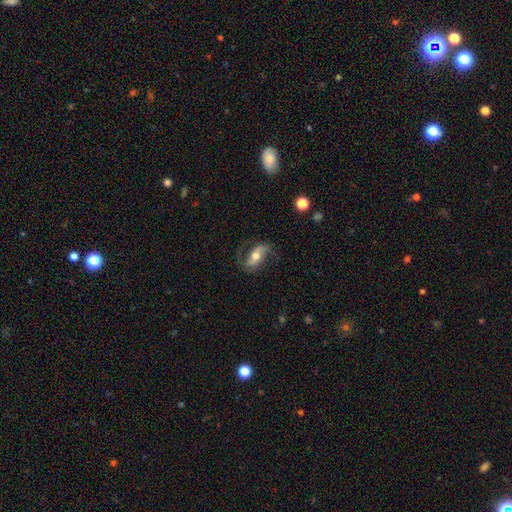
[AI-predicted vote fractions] A featured or disk galaxy (71%) with a strong bar (35%), 2 (87%) loose (51%) spiral arms (90%) and a moderate central bulge (68%).

Vote fractions:
- Smooth or featured? featured or disk: 71% / smooth: 23% / star or artifact: 7%
- Edge-on disk? no: 92% / yes: 8%
- Bar? strong: 35% / no: 34% / weak: 31%
- Spiral arms? yes: 90% / no: 10%
- Spiral winding? loose: 51% / medium: 36% / tight: 12%
- Spiral arm count? 2: 87% / 1: 6% / can't tell: 4% / 3: 1% / 4: 1% / more than 4: 1%
- Bulge size? moderate: 68% / small: 20% / large: 10% / none: 1% / dominant: 1%
- Merging? none: 68% / minor disturbance: 18% / major disturbance: 13% / merger: 2%